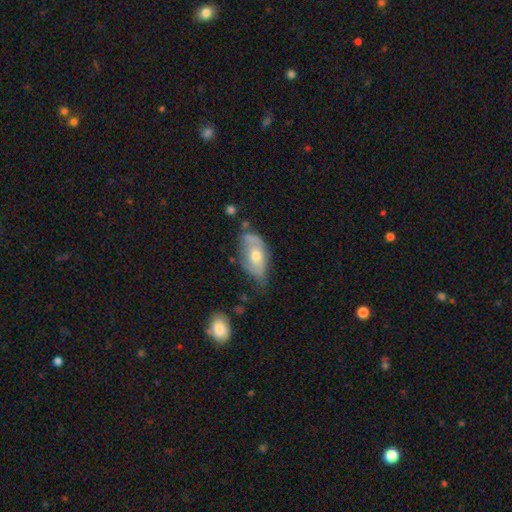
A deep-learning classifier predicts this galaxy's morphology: type=featured or disk (51%); edge-on=no (87%); merging=none (39%, tied with minor disturbance).